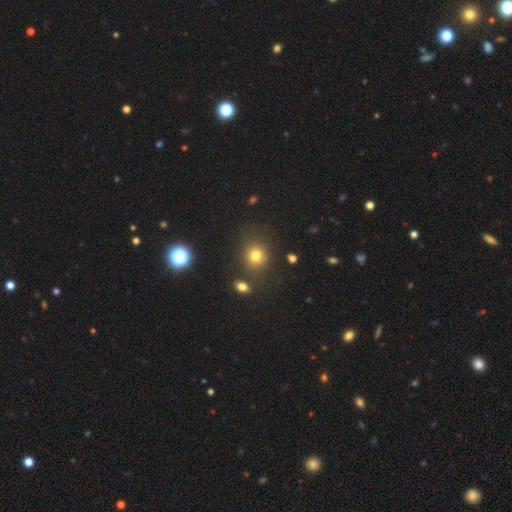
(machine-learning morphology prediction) Smooth or featured? smooth (76%)
How rounded? round (80%)
Merging? none (77%)